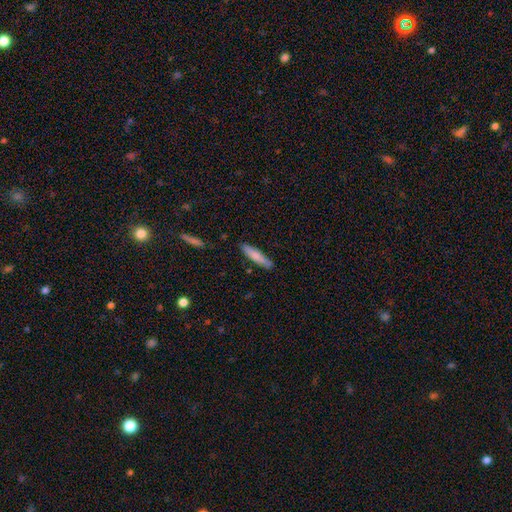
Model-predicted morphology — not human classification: Overall: smooth (77%). How rounded: cigar-shaped (84%). Merging: none (85%).